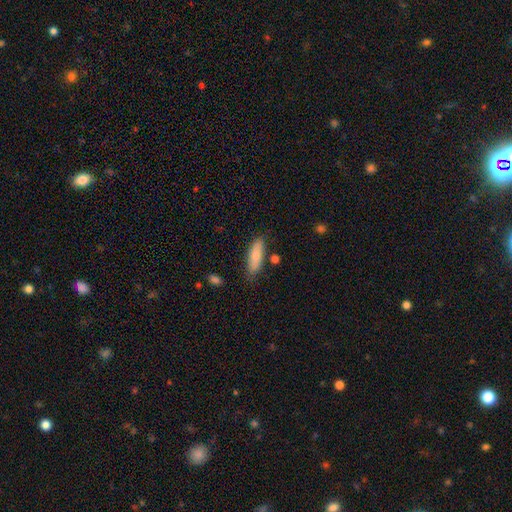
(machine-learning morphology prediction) This appears to be a smooth galaxy with no disk features (78%) that is in between round and cigar-shaped (59%). Merging: none (78%).